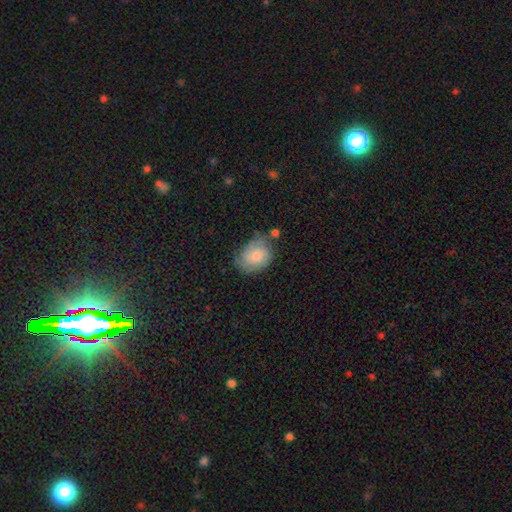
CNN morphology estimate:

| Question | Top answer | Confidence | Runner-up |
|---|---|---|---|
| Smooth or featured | smooth | 67% | featured or disk (26%) |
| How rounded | in between | 59% | round (40%) |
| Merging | none | 53% | minor disturbance (31%) |